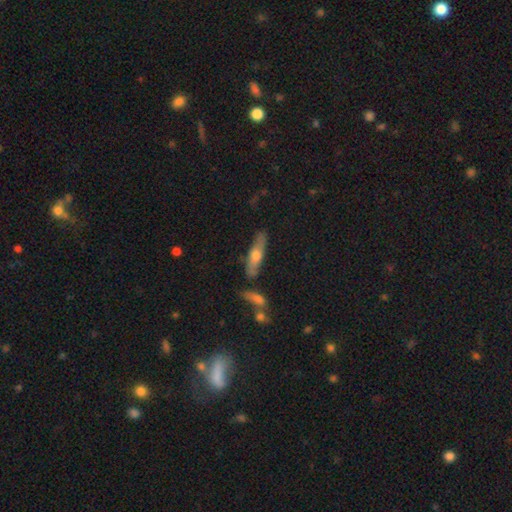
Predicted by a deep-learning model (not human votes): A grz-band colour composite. It shows a smooth galaxy with no disk features (49%). Merging: none (73%).